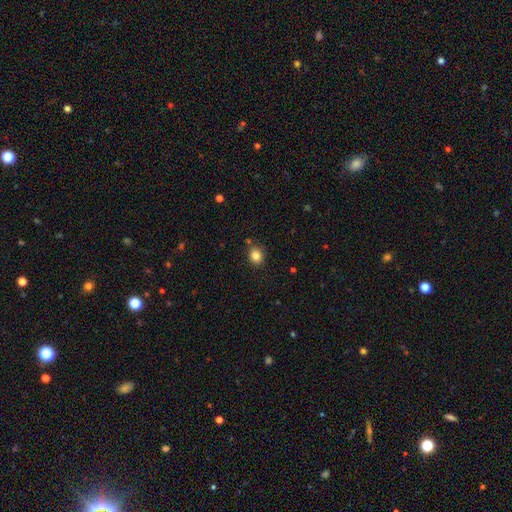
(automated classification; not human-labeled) Smooth or featured? smooth (84%)
How rounded? round (69%)
Merging? none (82%)